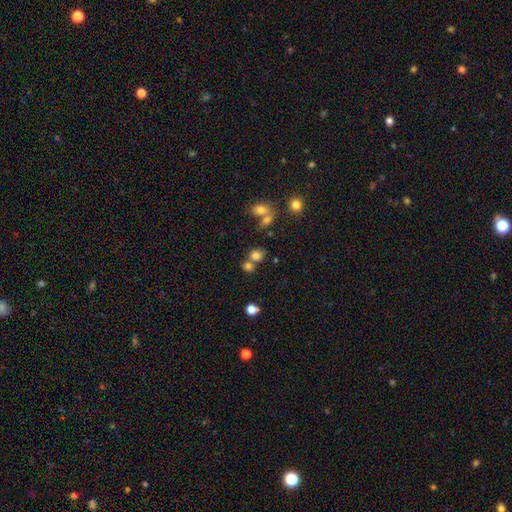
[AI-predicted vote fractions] A smooth galaxy with no disk features (76%) that is round (70%). Merging: none (47%).